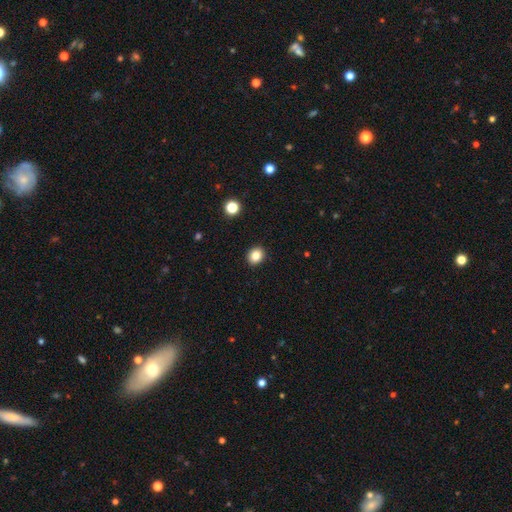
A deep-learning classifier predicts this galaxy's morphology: Smooth or featured: smooth — 84% (star or artifact — 11%)
How rounded: round — 65% (in between — 34%)
Merging: none — 92% (minor disturbance — 6%)